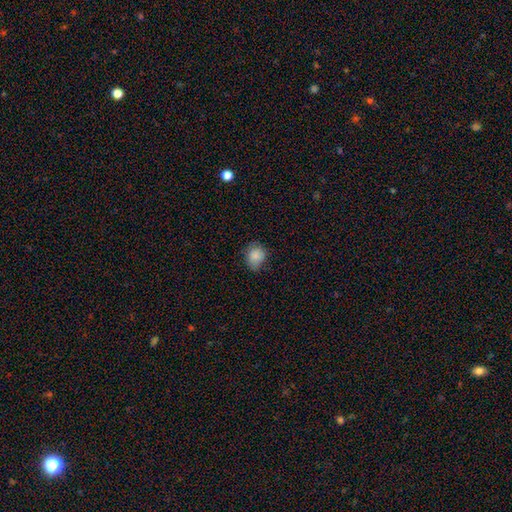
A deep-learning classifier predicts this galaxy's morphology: type=smooth (86%); roundness=round (61%); merging=none (67%).